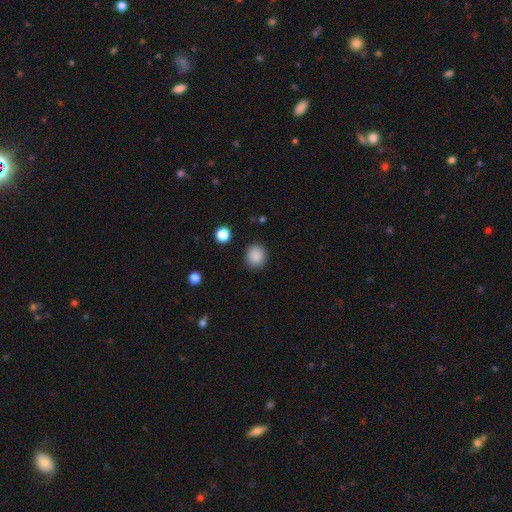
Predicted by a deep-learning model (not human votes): The model was most divided on "how rounded": round: 85%, in between: 14%, cigar-shaped: 1%. More confident: merging — none (90%); smooth or featured — smooth (88%).